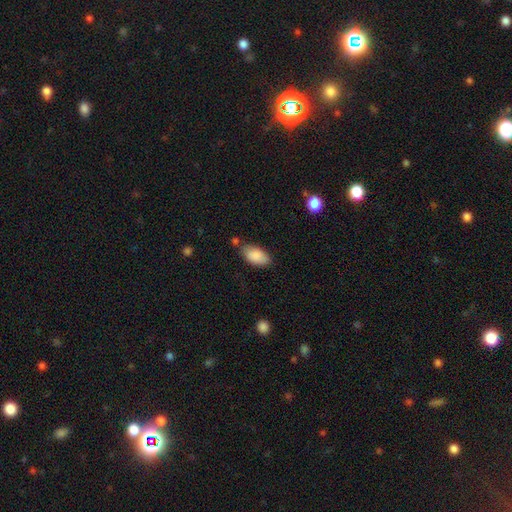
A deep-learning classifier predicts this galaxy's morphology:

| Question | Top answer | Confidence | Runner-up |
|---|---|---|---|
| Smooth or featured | smooth | 88% | star or artifact (7%) |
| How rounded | in between | 93% | cigar-shaped (4%) |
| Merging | none | 70% | minor disturbance (19%) |